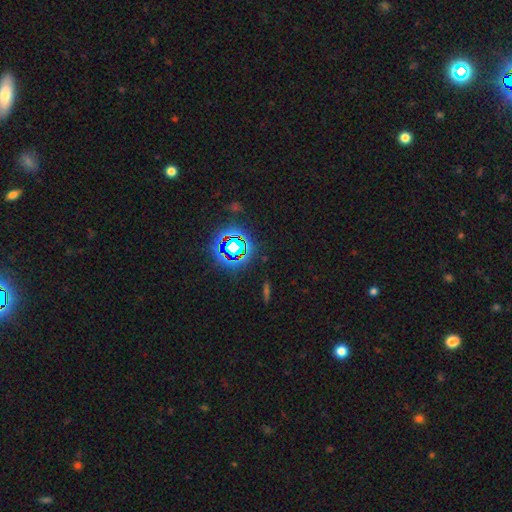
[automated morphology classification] The model was most divided on "smooth or featured": star or artifact: 77%, smooth: 16%, featured or disk: 8%.